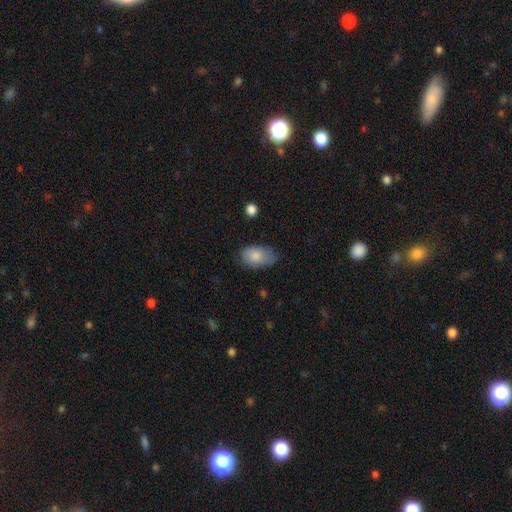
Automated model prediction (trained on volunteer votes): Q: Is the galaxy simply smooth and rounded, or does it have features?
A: smooth — 83%.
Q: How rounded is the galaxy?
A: in between — 92%.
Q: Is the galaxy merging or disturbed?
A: none — 67%.